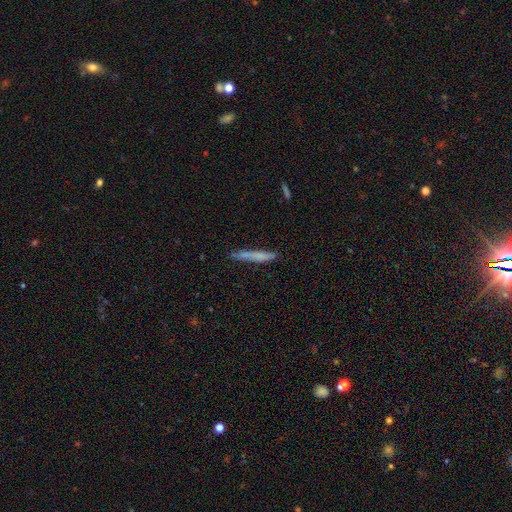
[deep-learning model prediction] A smooth galaxy with no disk features (65%) that is cigar-shaped (95%).

Vote fractions:
- Smooth or featured? smooth: 65% / featured or disk: 28% / star or artifact: 7%
- How rounded? cigar-shaped: 95% / in between: 3% / round: 1%
- Merging? none: 81% / minor disturbance: 14% / major disturbance: 3% / merger: 2%